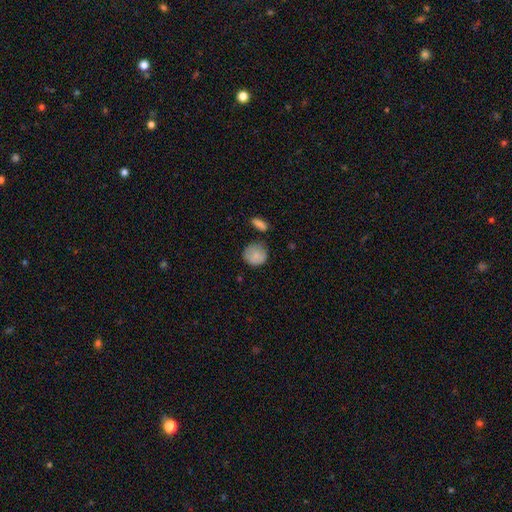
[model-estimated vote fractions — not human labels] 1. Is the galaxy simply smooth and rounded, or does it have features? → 81% smooth, 12% featured or disk, 7% star or artifact.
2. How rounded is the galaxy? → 82% round, 17% in between, 1% cigar-shaped.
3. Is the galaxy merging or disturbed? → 63% none, 26% minor disturbance, 5% merger, 5% major disturbance.